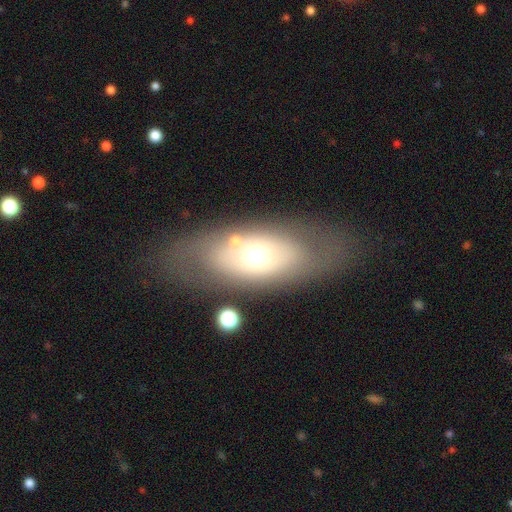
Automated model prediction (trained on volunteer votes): The model was most divided on "smooth or featured": featured or disk: 48%, smooth: 44%, star or artifact: 9%. More confident: merging — none (74%).